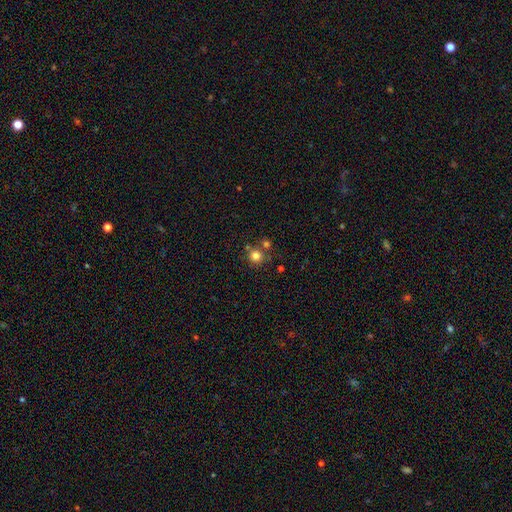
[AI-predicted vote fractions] Smooth or featured? smooth (80%)
How rounded? round (93%)
Merging? none (71%)